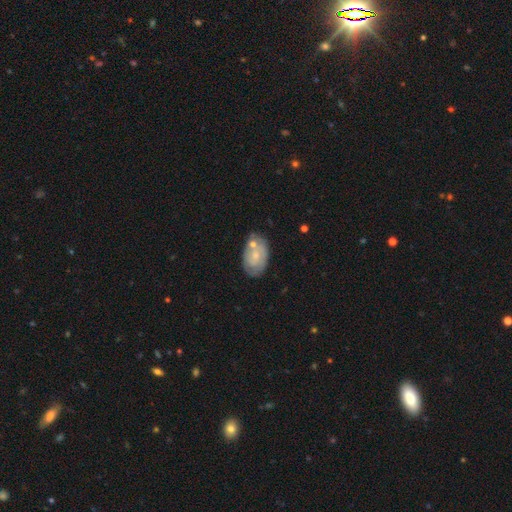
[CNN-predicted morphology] This is possibly a smooth galaxy (49%). Merging: possibly none (60%).